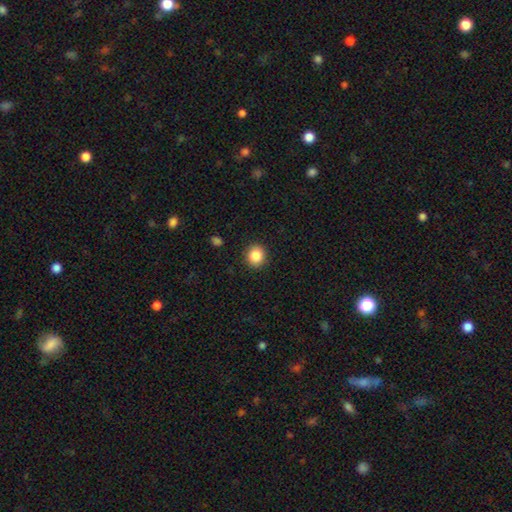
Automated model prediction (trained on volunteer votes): Overall: smooth (86%). How rounded: round (86%). Merging: none (91%).